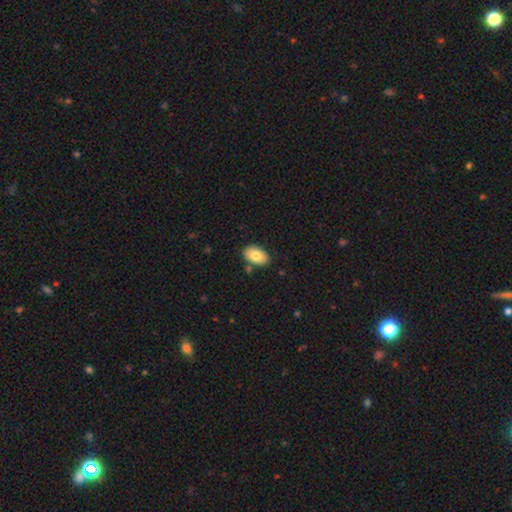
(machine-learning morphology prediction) This is clearly a smooth galaxy (80%). How rounded: clearly in between (93%). Merging: clearly none (83%).